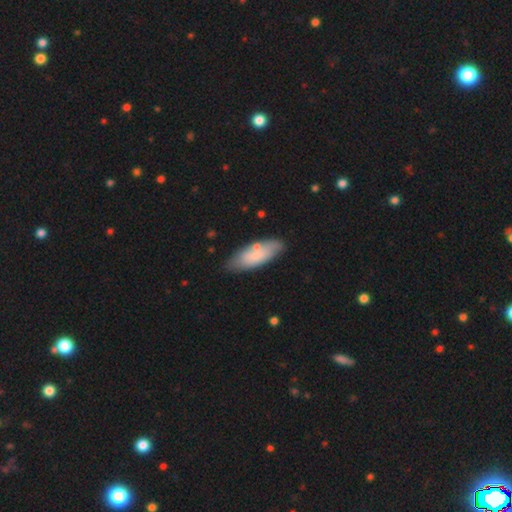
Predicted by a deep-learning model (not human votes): A smooth galaxy with no disk features (72%) that is in between round and cigar-shaped (71%). Merging: none (72%).